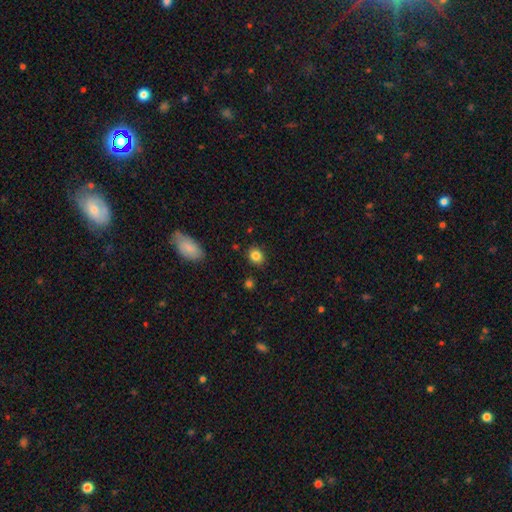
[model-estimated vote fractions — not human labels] Smooth or featured?
  - smooth: 84% *
  - star or artifact: 10%
  - featured or disk: 6%
How rounded?
  - round: 62% *
  - in between: 37%
  - cigar-shaped: 1%
Merging?
  - none: 87% *
  - minor disturbance: 9%
  - major disturbance: 2%
  - merger: 2%